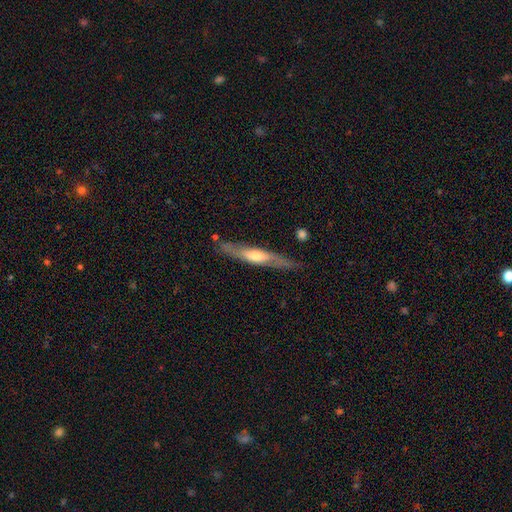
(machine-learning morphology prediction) type=featured or disk (63%); edge-on=yes (78%); merging=none (79%).